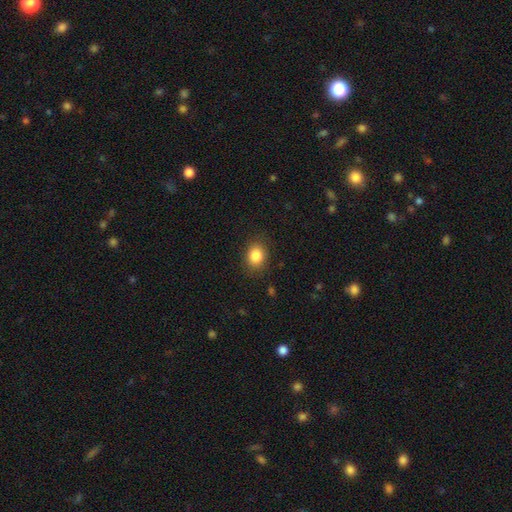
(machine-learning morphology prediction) The model was most divided on "how rounded": round: 53%, in between: 46%, cigar-shaped: 1%. More confident: merging — none (86%); smooth or featured — smooth (85%).